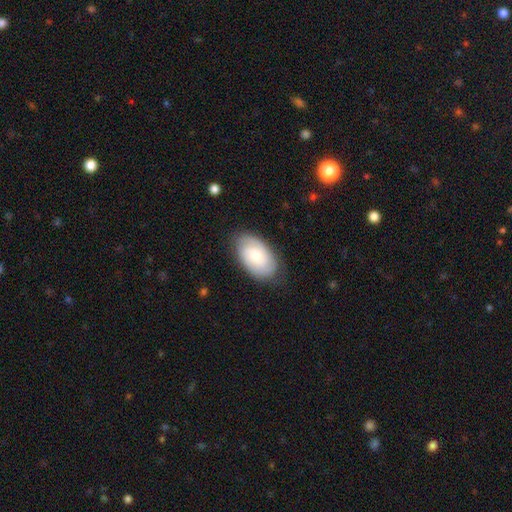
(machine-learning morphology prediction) type=featured or disk (50%); edge-on=no (95%); merging=none (80%).